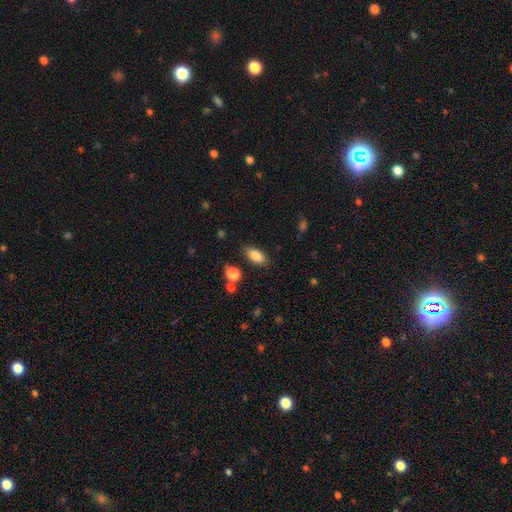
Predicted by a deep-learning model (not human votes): Q: Smooth or featured?
A: smooth (86%); runner-up: star or artifact (8%)
Q: How rounded?
A: in between (87%); runner-up: cigar-shaped (10%)
Q: Merging?
A: none (81%); runner-up: minor disturbance (13%)